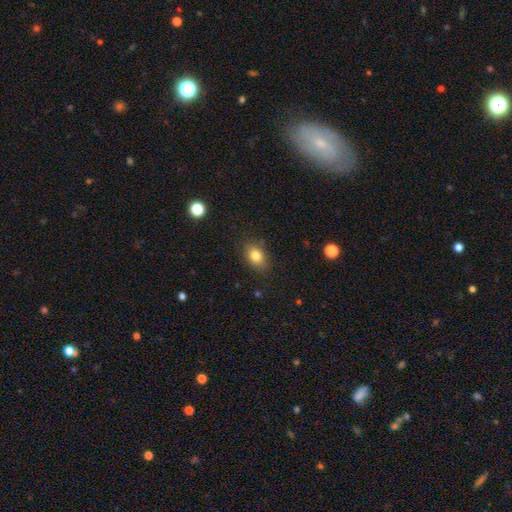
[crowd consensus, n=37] Smooth or featured?
  - smooth: 86% *
  - featured or disk: 8%
  - star or artifact: 5%
How rounded?
  - in between: 75% *
  - round: 25%
  - cigar-shaped: 0%
Merging?
  - none: 86% *
  - minor disturbance: 9%
  - major disturbance: 6%
  - merger: 0%